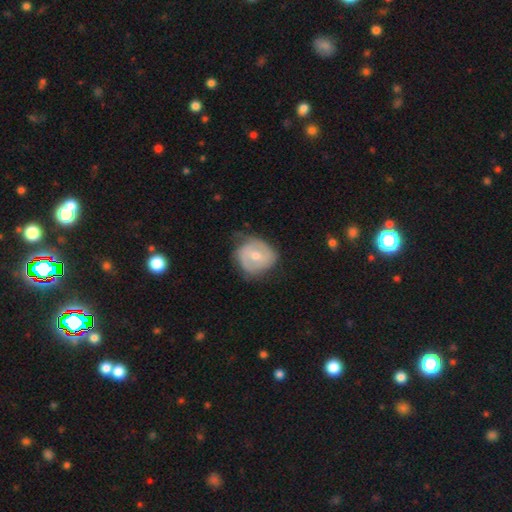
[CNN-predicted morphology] This appears to be a featured or disk galaxy (64%) with no bar (54%), spiral arms (78%) and a moderate central bulge (53%). Merging: none (58%).